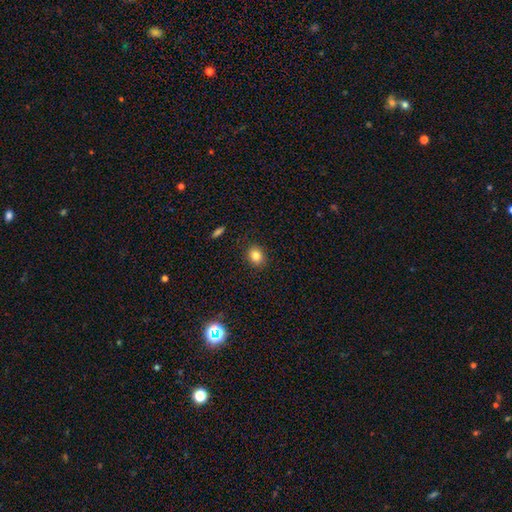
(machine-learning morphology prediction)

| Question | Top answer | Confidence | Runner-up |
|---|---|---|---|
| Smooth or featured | smooth | 82% | star or artifact (11%) |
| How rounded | round | 60% | in between (39%) |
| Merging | none | 89% | minor disturbance (8%) |